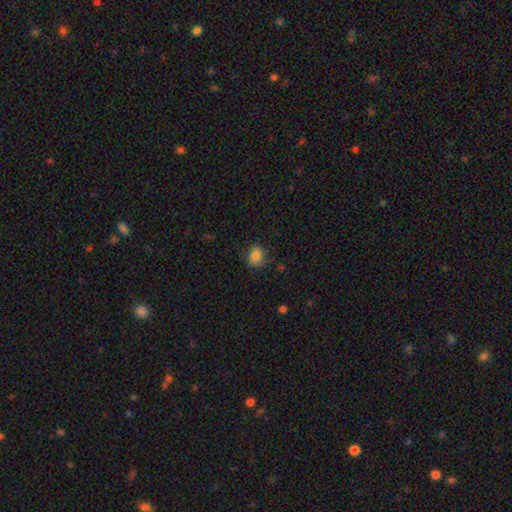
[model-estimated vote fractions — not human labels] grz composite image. It shows a smooth galaxy with no disk features (82%) that is in between round and cigar-shaped (58%). Merging: none (71%).